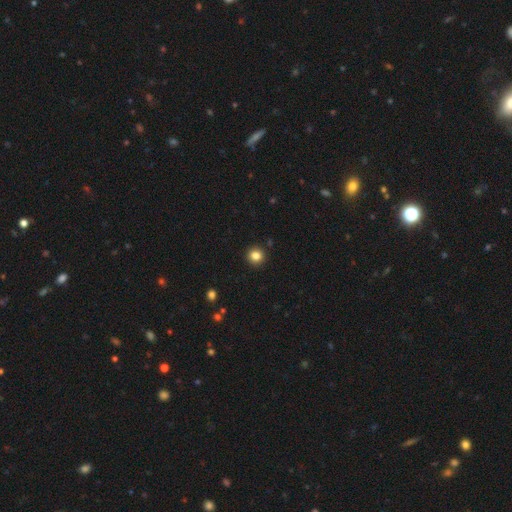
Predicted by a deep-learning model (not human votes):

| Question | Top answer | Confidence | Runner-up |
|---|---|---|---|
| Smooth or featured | smooth | 84% | star or artifact (11%) |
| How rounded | round | 93% | in between (6%) |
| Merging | none | 93% | minor disturbance (5%) |